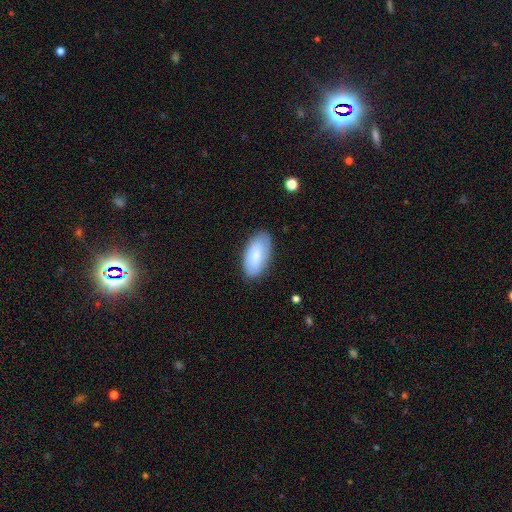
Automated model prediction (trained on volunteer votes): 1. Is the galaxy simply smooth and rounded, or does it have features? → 78% smooth, 15% featured or disk, 6% star or artifact.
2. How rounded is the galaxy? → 94% in between, 4% cigar-shaped, 2% round.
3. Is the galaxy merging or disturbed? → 82% none, 14% minor disturbance, 3% major disturbance, 1% merger.